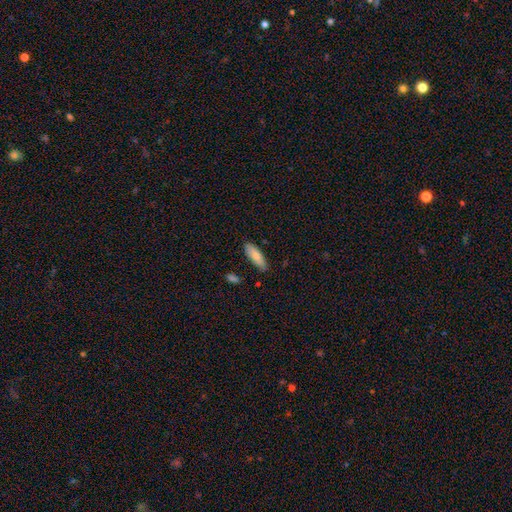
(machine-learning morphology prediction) This appears to be a smooth galaxy with no disk features (80%) that is in between round and cigar-shaped (64%). Merging: none (81%).